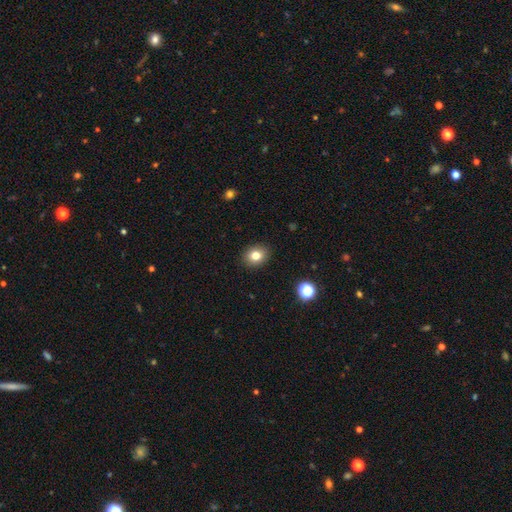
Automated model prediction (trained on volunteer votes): A smooth galaxy with no disk features (80%) that is round (53%).

Vote fractions:
- Smooth or featured? smooth: 80% / star or artifact: 11% / featured or disk: 9%
- How rounded? round: 53% / in between: 46% / cigar-shaped: 1%
- Merging? none: 90% / minor disturbance: 7% / major disturbance: 2% / merger: 1%